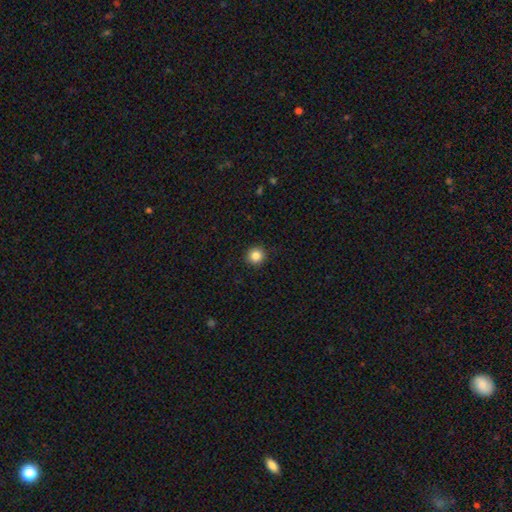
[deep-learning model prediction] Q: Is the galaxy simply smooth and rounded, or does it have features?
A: smooth — 86%.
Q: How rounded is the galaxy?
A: round — 94%.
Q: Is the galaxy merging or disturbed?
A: none — 92%.